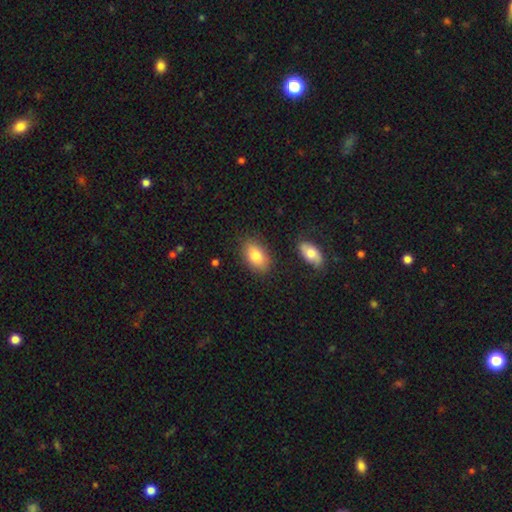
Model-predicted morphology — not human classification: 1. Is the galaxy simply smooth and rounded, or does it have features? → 83% smooth, 10% featured or disk, 7% star or artifact.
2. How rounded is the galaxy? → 91% in between, 8% round, 2% cigar-shaped.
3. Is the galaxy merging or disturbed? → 82% none, 12% minor disturbance, 4% merger, 3% major disturbance.